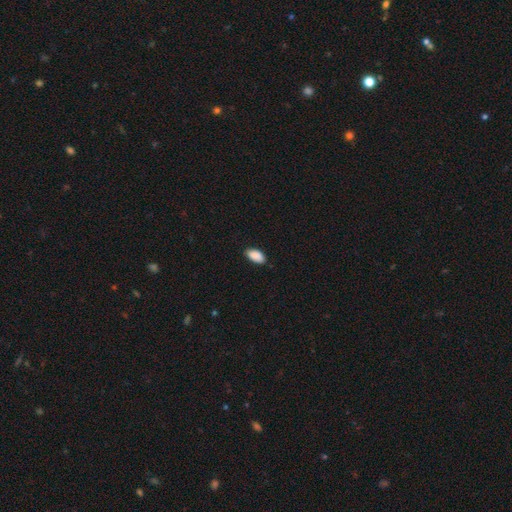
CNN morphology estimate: This appears to be a smooth galaxy with no disk features (90%) that is in between round and cigar-shaped (94%). Merging: none (83%).